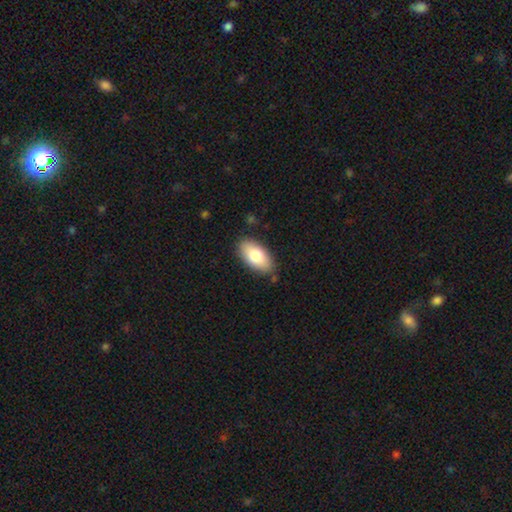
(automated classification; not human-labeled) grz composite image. It shows a smooth galaxy with no disk features (78%) that is in between round and cigar-shaped (93%). Merging: none (84%).